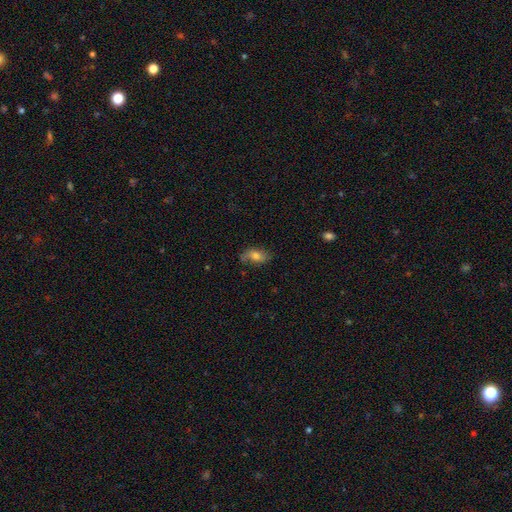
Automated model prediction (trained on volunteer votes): A smooth galaxy with no disk features (65%) that is in between round and cigar-shaped (87%). Merging: none (68%).